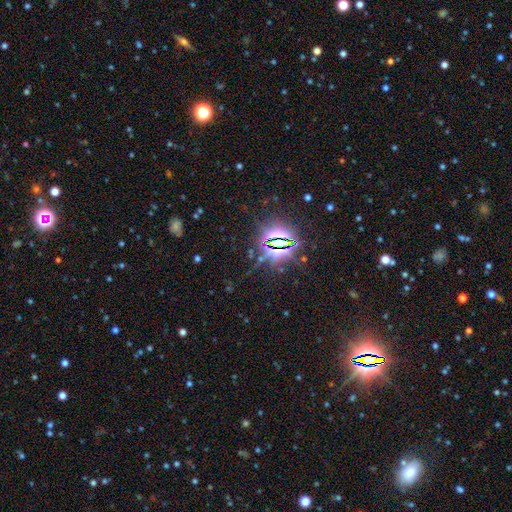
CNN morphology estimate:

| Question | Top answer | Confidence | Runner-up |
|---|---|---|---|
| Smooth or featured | star or artifact | 86% | smooth (7%) |